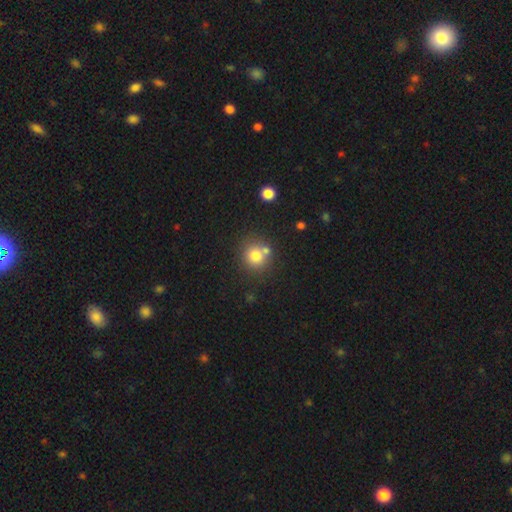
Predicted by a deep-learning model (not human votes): Smooth or featured? smooth (77%)
How rounded? round (88%)
Merging? none (65%)